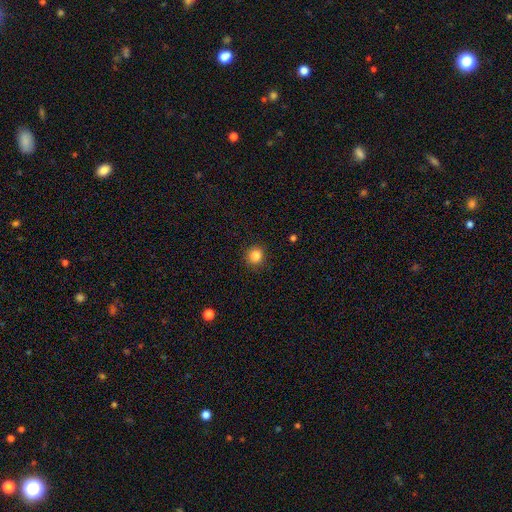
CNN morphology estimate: Smooth or featured? Predicted: smooth (p=0.85). How rounded? Predicted: round (p=0.91). Merging? Predicted: none (p=0.90).